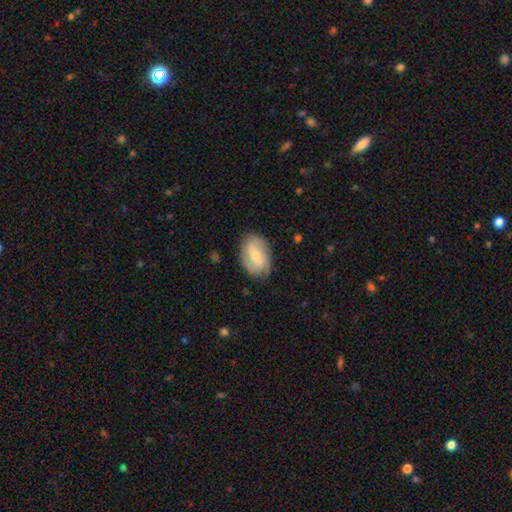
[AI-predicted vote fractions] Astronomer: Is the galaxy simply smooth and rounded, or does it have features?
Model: smooth — 51% (runner-up: featured or disk, 42%).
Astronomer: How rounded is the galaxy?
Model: in between — 84%.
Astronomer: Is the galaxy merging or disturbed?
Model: none — 78%.